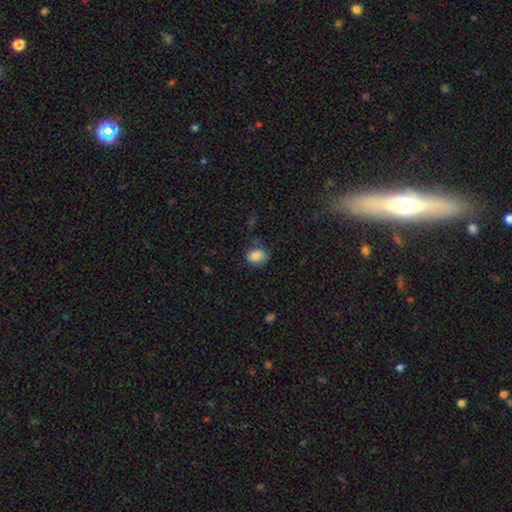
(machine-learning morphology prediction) type=smooth (84%); roundness=in between (55%); merging=none (63%).